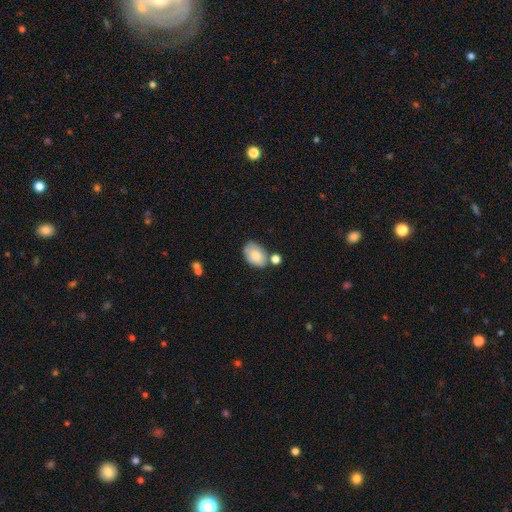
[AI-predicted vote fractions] smooth_or_featured: smooth (p=0.78) [alt: featured or disk p=0.15]
how_rounded: in between (p=0.88) [alt: round p=0.11]
merging: none (p=0.54) [alt: minor disturbance p=0.23]